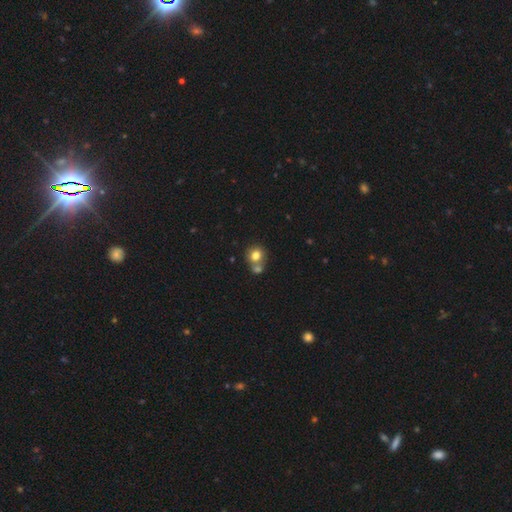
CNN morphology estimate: smooth-or-featured: smooth: 79% | star or artifact: 11% | featured or disk: 10%
  how-rounded: round: 82% | in between: 17% | cigar-shaped: 1%
  merging: none: 48% | merger: 40% | minor disturbance: 8% | major disturbance: 3%